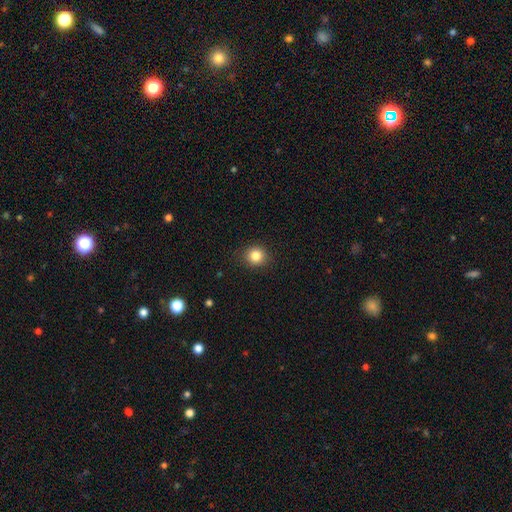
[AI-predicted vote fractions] Smooth or featured? Predicted: smooth (p=0.84). How rounded? Predicted: round (p=0.88). Merging? Predicted: none (p=0.89).